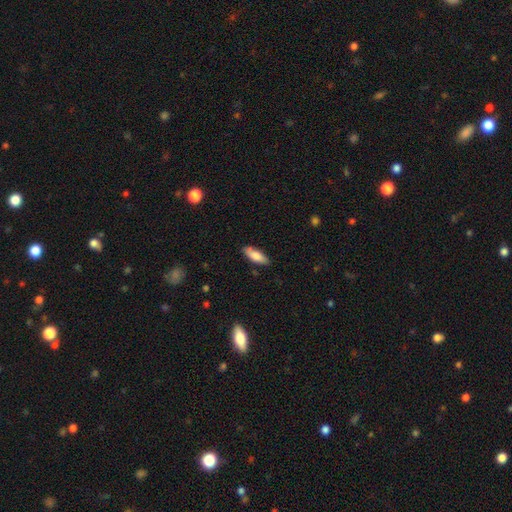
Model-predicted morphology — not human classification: Smooth or featured? Predicted: smooth (p=0.78). How rounded? Predicted: in between (p=0.68). Merging? Predicted: none (p=0.84).